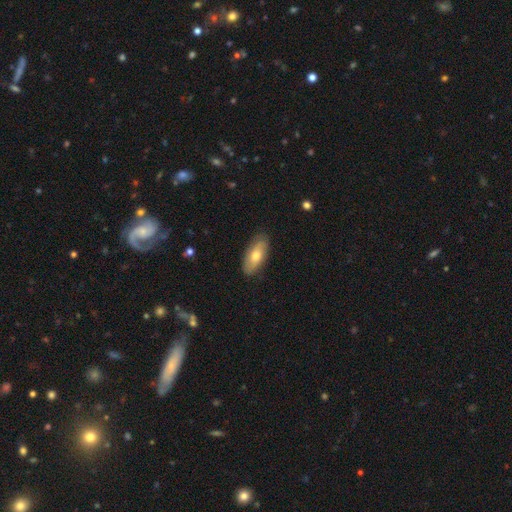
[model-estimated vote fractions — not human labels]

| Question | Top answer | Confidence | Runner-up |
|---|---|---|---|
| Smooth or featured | smooth | 65% | featured or disk (29%) |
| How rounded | in between | 84% | cigar-shaped (13%) |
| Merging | none | 84% | minor disturbance (12%) |